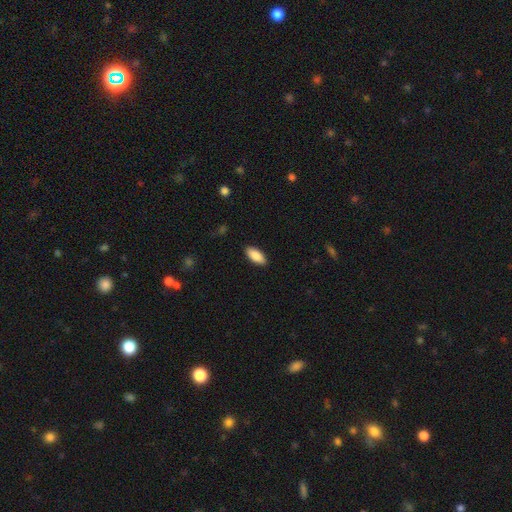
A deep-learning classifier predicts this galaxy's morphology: type=smooth (88%); roundness=in between (86%); merging=none (89%).